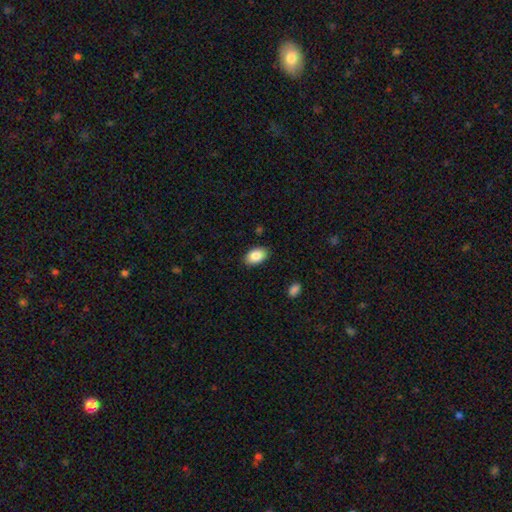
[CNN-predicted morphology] A smooth galaxy with no disk features (86%) that is in between round and cigar-shaped (91%). Merging: none (88%).